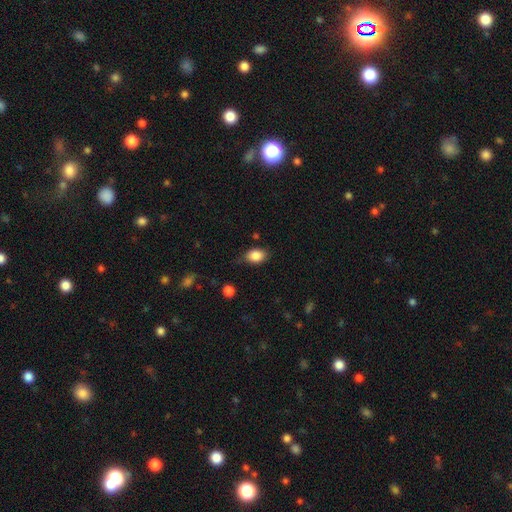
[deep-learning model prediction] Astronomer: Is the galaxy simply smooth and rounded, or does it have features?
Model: smooth — 85%.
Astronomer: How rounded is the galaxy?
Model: in between — 82%.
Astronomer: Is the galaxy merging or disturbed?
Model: none — 74%.